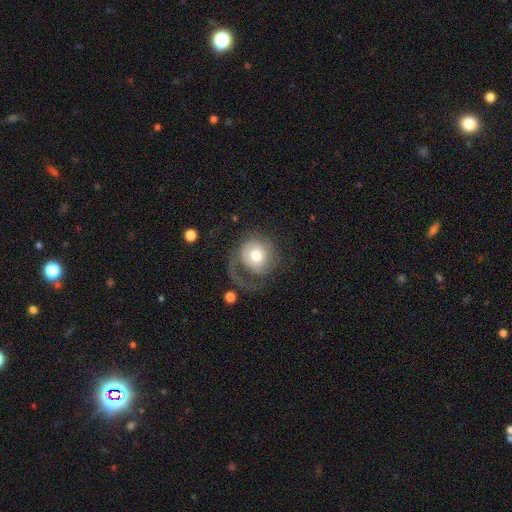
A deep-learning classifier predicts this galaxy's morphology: A featured or disk galaxy (54%) with no bar (78%), spiral arms (78%) and a moderate central bulge (68%).

Vote fractions:
- Smooth or featured? featured or disk: 54% / smooth: 39% / star or artifact: 7%
- Edge-on disk? no: 97% / yes: 3%
- Bar? no: 78% / weak: 18% / strong: 4%
- Spiral arms? yes: 78% / no: 22%
- Bulge size? moderate: 68% / large: 15% / small: 13% / dominant: 2% / none: 1%
- Merging? major disturbance: 45% / none: 37% / minor disturbance: 15% / merger: 3%